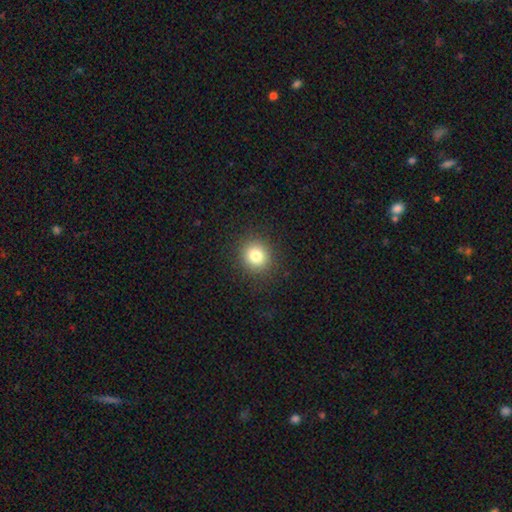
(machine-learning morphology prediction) smooth_or_featured: smooth (p=0.81) [alt: star or artifact p=0.12]
how_rounded: round (p=0.86) [alt: in between p=0.13]
merging: none (p=0.90) [alt: minor disturbance p=0.06]